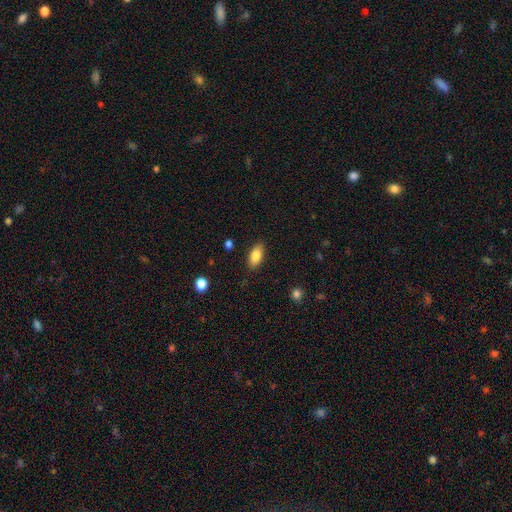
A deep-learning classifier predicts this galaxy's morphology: smooth 84%, featured or disk 9%, star or artifact 7%. Down the decision tree: how rounded — in between (90%); merging — none (87%).